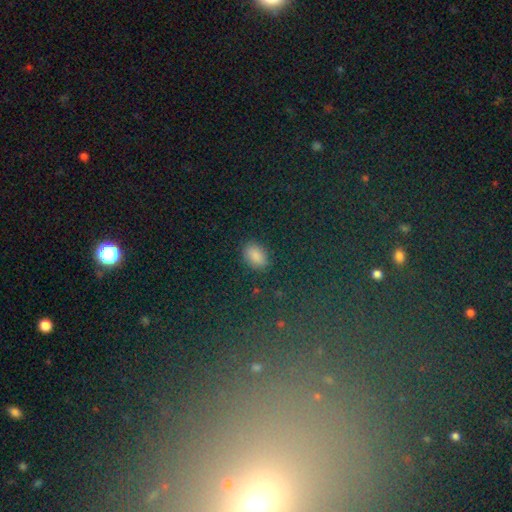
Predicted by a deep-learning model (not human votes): This is clearly a smooth galaxy (84%). How rounded: clearly in between (88%). Merging: clearly none (83%).